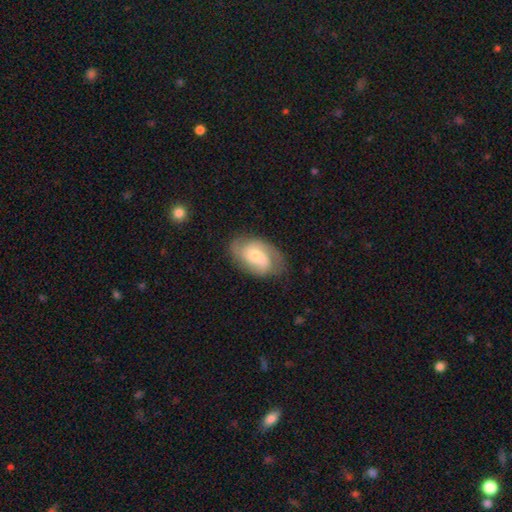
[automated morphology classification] featured or disk 63%, smooth 31%, star or artifact 7%. Down the decision tree: edge-on disk — no (96%); bar — no (60%); spiral arms — yes (90%); spiral arm count — 2 (52%); spiral winding — medium (44%); bulge size — small (48%); merging — none (69%).